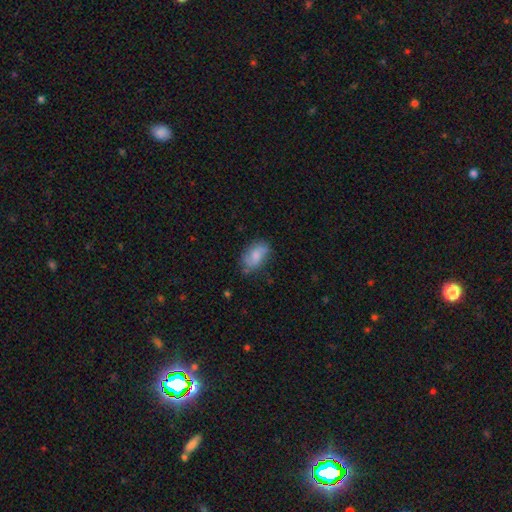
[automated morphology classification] Smooth or featured?
  - smooth: 60% *
  - featured or disk: 32%
  - star or artifact: 8%
How rounded?
  - in between: 89% *
  - round: 9%
  - cigar-shaped: 2%
Merging?
  - none: 65% *
  - minor disturbance: 25%
  - major disturbance: 7%
  - merger: 3%